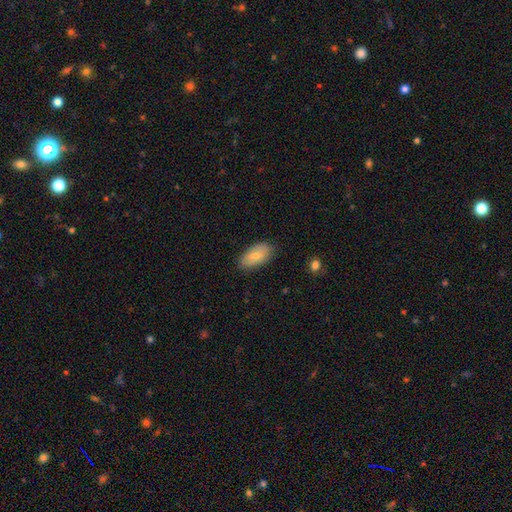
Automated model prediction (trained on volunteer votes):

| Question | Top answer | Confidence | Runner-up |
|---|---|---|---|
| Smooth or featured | smooth | 75% | featured or disk (19%) |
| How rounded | in between | 93% | cigar-shaped (4%) |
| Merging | none | 80% | minor disturbance (16%) |